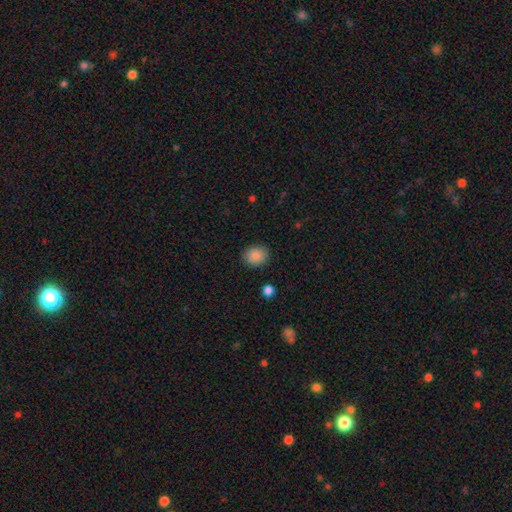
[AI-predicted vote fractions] The model was most divided on "how rounded": round: 61%, in between: 38%, cigar-shaped: 1%. More confident: merging — none (89%); smooth or featured — smooth (87%).